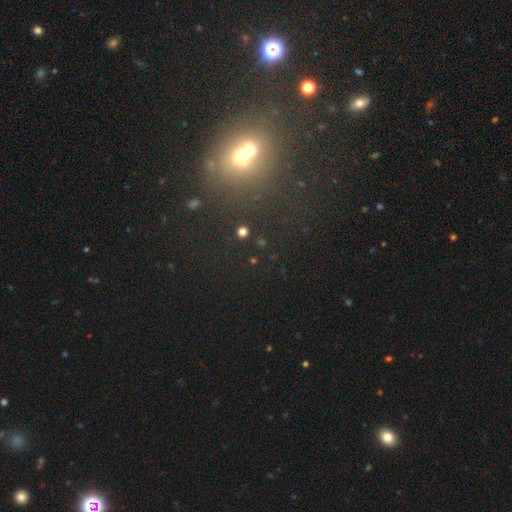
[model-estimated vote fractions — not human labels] Smooth or featured: star or artifact — 49% (smooth — 38%)